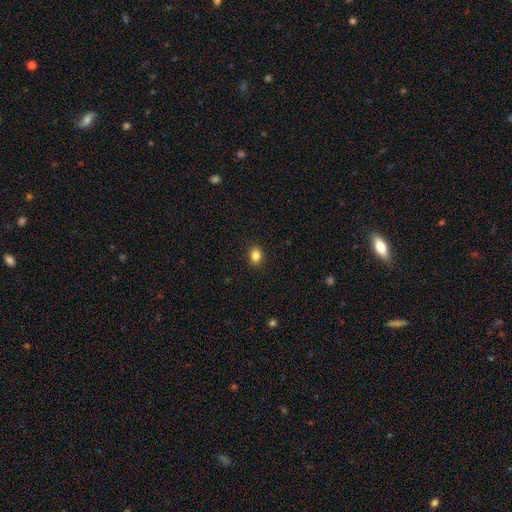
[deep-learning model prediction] Smooth or featured?
  - smooth: 84% *
  - star or artifact: 10%
  - featured or disk: 5%
How rounded?
  - in between: 62% *
  - round: 37%
  - cigar-shaped: 1%
Merging?
  - none: 90% *
  - minor disturbance: 7%
  - major disturbance: 2%
  - merger: 1%